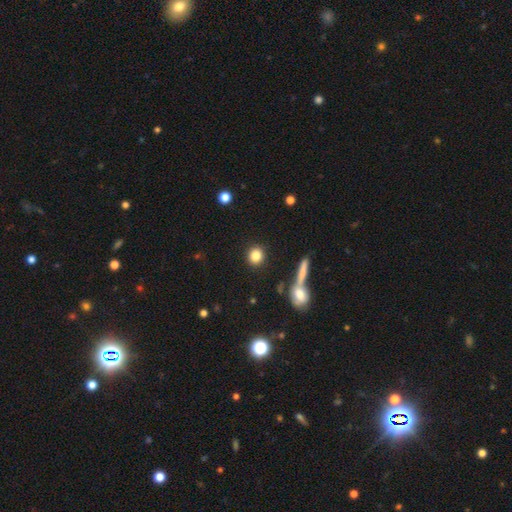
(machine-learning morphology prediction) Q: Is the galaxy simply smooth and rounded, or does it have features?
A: smooth — 84%.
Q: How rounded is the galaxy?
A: round — 86%.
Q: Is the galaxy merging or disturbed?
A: none — 88%.